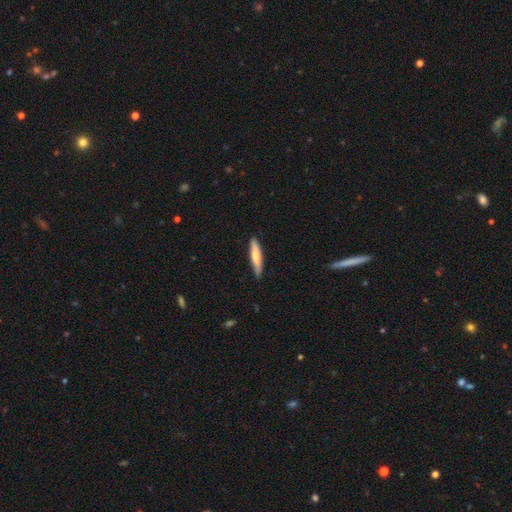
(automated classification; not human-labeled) Overall: smooth (63%; featured or disk 31%). How rounded: cigar-shaped (86%). Merging: none (84%).